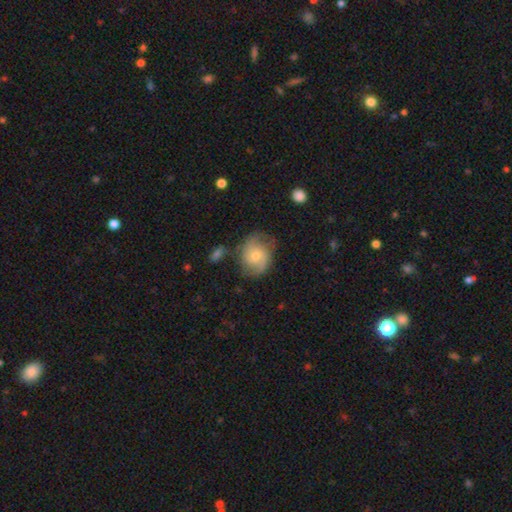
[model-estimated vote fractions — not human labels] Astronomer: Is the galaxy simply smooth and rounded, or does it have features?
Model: featured or disk — 69%.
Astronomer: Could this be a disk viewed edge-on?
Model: no — 97%.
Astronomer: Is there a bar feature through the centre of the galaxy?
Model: no — 67%.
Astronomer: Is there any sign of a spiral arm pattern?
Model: yes — 91%.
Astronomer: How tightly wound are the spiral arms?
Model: medium — 46% (runner-up: tight, 29%).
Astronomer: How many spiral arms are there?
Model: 2 — 76%.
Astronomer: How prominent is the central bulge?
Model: small — 50% (runner-up: moderate, 44%).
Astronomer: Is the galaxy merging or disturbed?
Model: none — 67%.